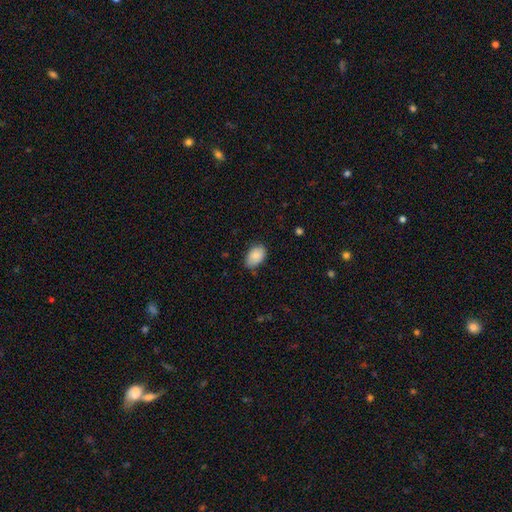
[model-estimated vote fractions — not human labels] Overall: smooth (87%). How rounded: in between (90%). Merging: none (73%).